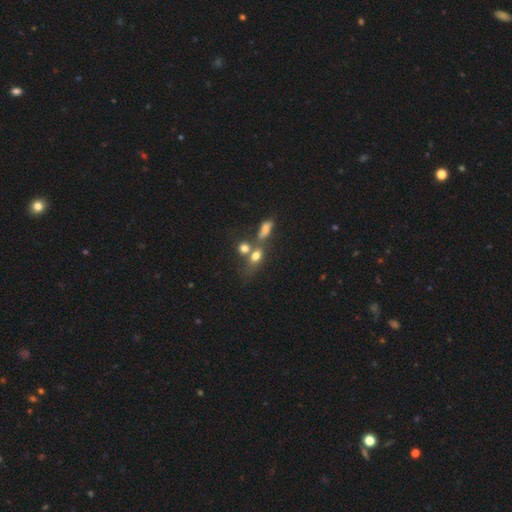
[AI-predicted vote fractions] smooth-or-featured: smooth: 69% | featured or disk: 16% | star or artifact: 15%
  how-rounded: in between: 54% | round: 39% | cigar-shaped: 7%
  merging: merger: 47% | none: 34% | minor disturbance: 11% | major disturbance: 8%